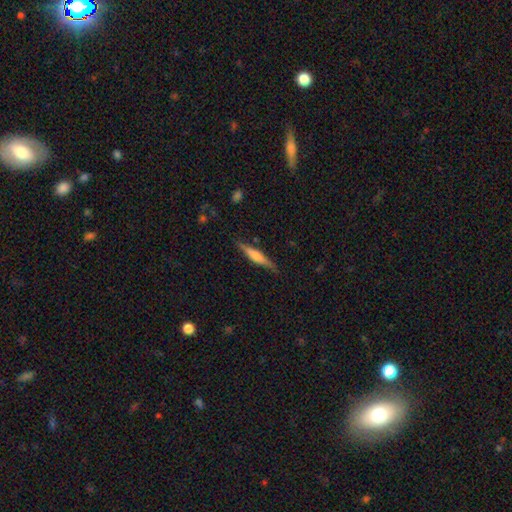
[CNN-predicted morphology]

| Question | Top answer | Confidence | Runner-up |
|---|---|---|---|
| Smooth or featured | smooth | 48% | featured or disk (46%) |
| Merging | none | 85% | minor disturbance (11%) |